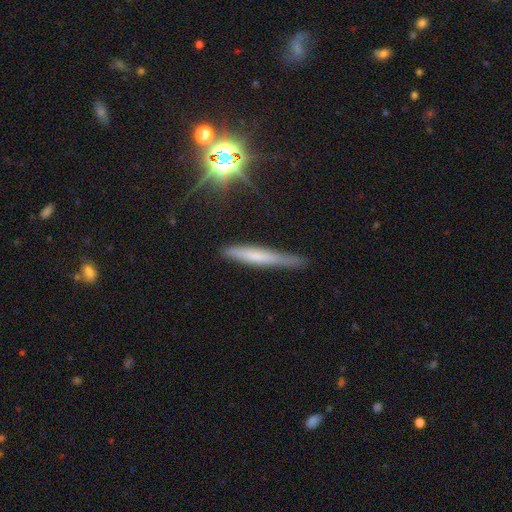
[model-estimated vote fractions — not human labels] Morphology: type=smooth (55%); roundness=cigar-shaped (94%); merging=none (76%).